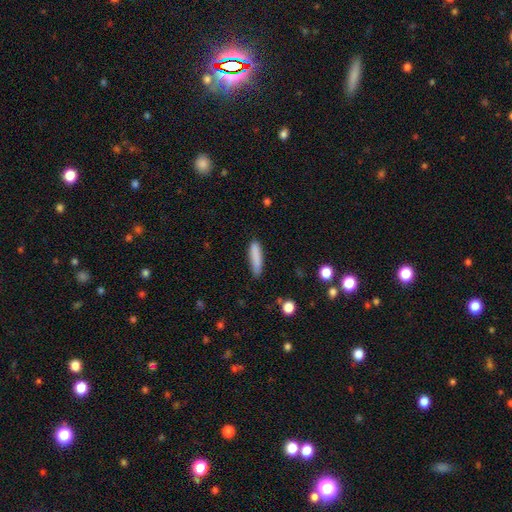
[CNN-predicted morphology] Q: Smooth or featured?
A: smooth (85%); runner-up: featured or disk (8%)
Q: How rounded?
A: cigar-shaped (78%); runner-up: in between (21%)
Q: Merging?
A: none (78%); runner-up: minor disturbance (17%)